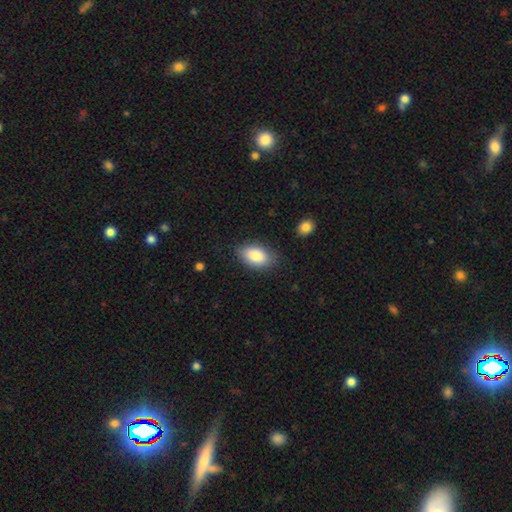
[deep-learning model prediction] Overall: smooth (86%). How rounded: in between (93%). Merging: none (82%).